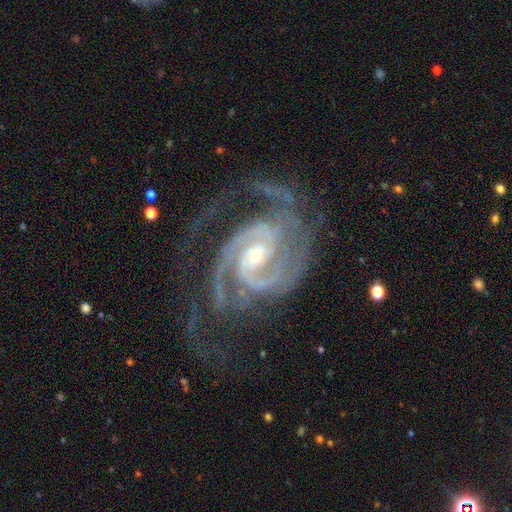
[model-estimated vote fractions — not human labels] This appears to be a featured or disk galaxy (94%) with no bar (40%, tied with weak), 2 (43%) tight (58%) spiral arms (99%) and a small central bulge (64%). Merging: none (58%).